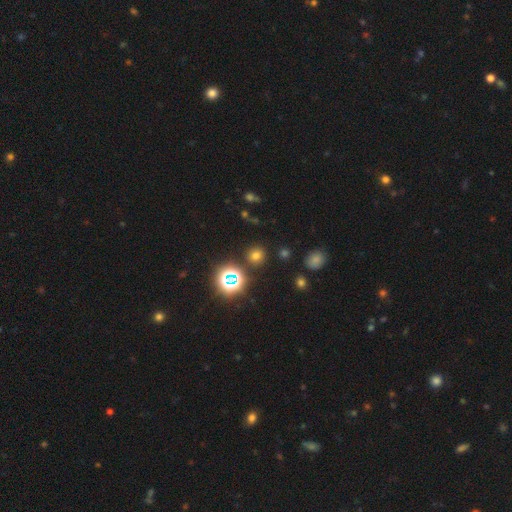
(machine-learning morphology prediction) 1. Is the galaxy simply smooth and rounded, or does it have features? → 67% smooth, 27% star or artifact, 7% featured or disk.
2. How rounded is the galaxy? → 89% round, 9% in between, 1% cigar-shaped.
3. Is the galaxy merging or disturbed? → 87% none, 7% minor disturbance, 3% merger, 3% major disturbance.